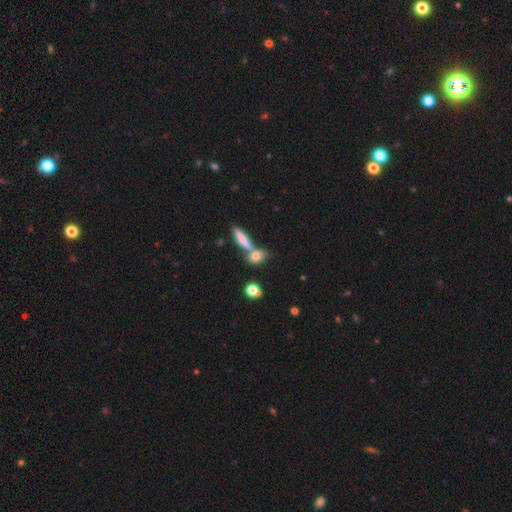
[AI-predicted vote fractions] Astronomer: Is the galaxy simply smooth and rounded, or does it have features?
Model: smooth — 76%.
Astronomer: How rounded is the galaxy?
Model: in between — 50% (runner-up: cigar-shaped, 28%).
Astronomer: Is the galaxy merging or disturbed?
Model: none — 51% (runner-up: merger, 34%).